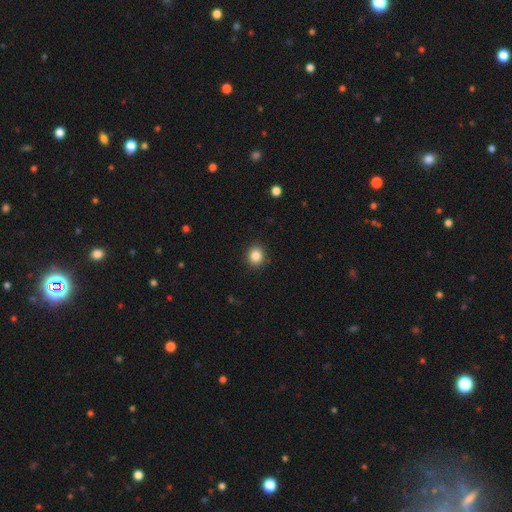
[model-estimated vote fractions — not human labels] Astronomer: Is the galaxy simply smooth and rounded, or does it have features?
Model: smooth — 86%.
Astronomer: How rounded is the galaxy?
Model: round — 79%.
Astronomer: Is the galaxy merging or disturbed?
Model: none — 91%.